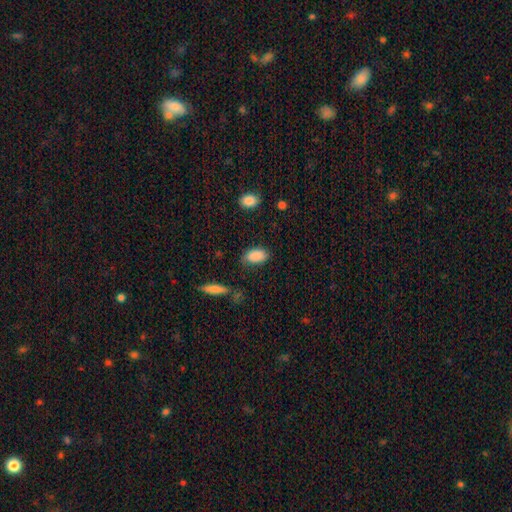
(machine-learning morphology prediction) A smooth galaxy with no disk features (88%) that is in between round and cigar-shaped (92%). Merging: none (72%).